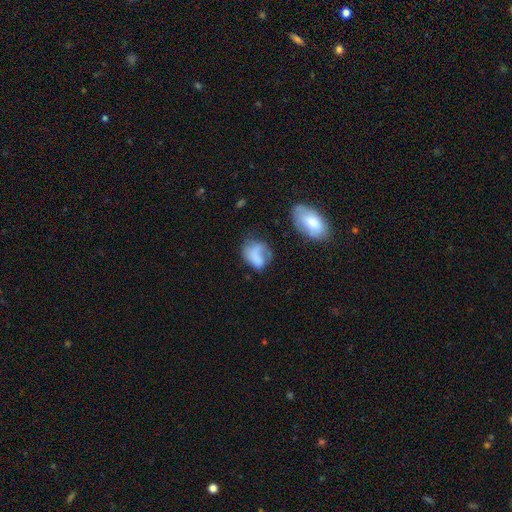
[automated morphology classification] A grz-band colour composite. It shows a smooth galaxy with no disk features (66%) that is in between round and cigar-shaped (71%). Merging: major disturbance (34%).